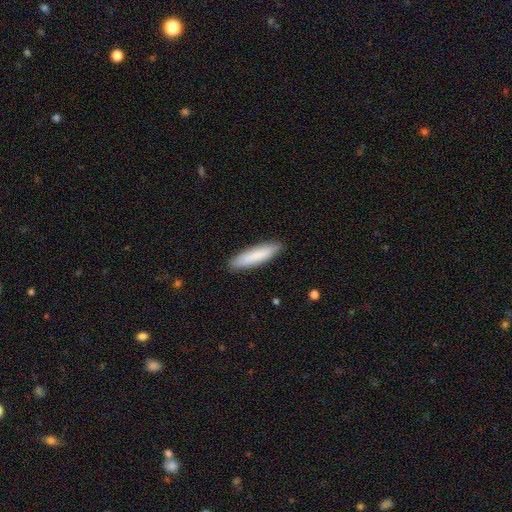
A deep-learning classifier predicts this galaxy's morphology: Smooth or featured? Predicted: smooth (p=0.83). How rounded? Predicted: cigar-shaped (p=0.82). Merging? Predicted: none (p=0.90).